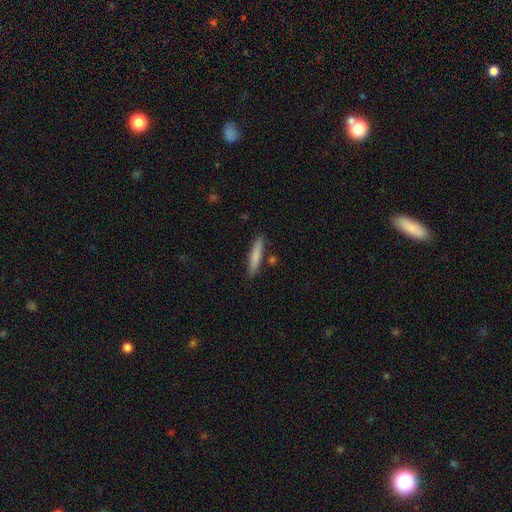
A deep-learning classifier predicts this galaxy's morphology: This appears to be a smooth galaxy with no disk features (77%) that is cigar-shaped (90%). Merging: none (84%).